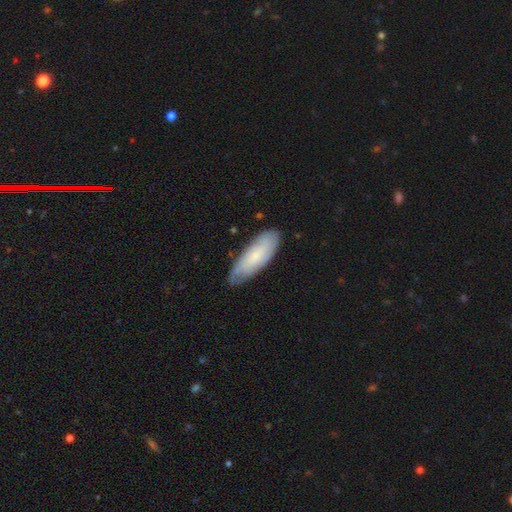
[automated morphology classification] Overall: smooth (56%; featured or disk 37%). How rounded: in between (63%; cigar-shaped 35%). Merging: none (73%).